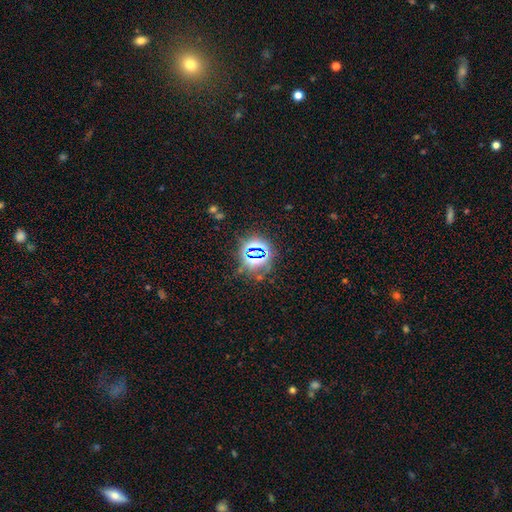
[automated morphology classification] Smooth or featured? star or artifact (72%)